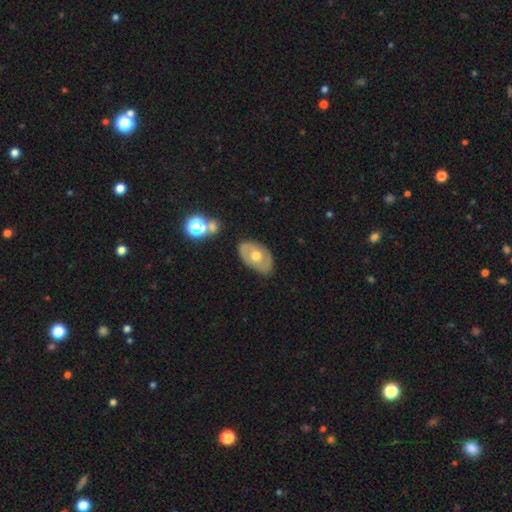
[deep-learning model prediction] Smooth or featured?
  - featured or disk: 54% *
  - smooth: 39%
  - star or artifact: 6%
Edge-on disk?
  - no: 90% *
  - yes: 10%
Merging?
  - none: 77% *
  - minor disturbance: 15%
  - major disturbance: 4%
  - merger: 3%